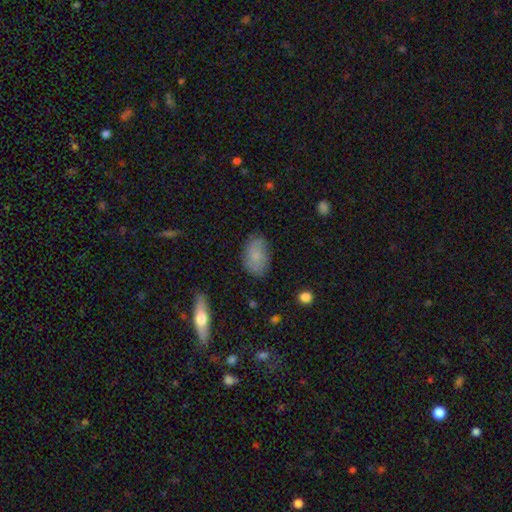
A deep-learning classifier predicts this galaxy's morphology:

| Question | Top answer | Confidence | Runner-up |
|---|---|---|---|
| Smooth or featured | smooth | 73% | featured or disk (20%) |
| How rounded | in between | 90% | round (8%) |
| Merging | none | 80% | minor disturbance (15%) |